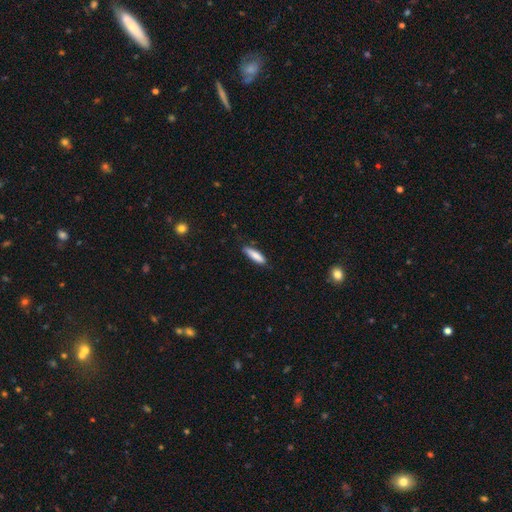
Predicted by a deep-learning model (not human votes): Smooth or featured? Predicted: smooth (p=0.83). How rounded? Predicted: cigar-shaped (p=0.68). Merging? Predicted: none (p=0.82).